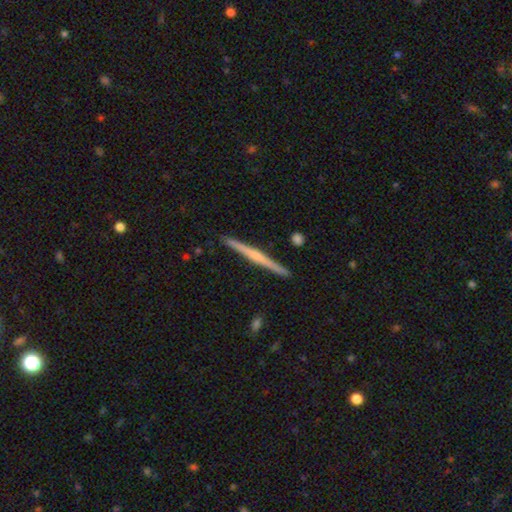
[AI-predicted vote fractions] Morphology: type=featured or disk (67%); edge-on=yes (98%); edge-on bulge=rounded (55%); merging=none (92%).